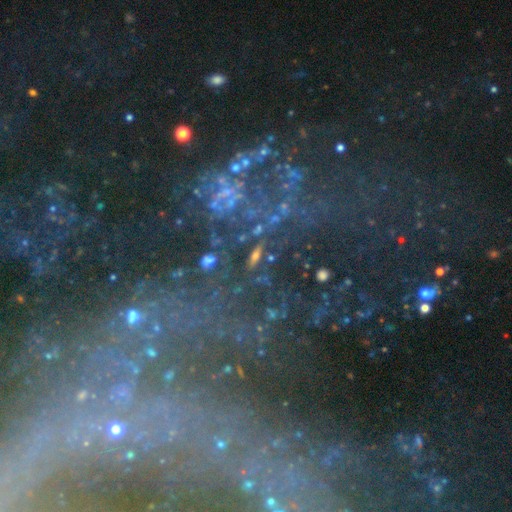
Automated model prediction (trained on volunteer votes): A star or artifact, not a galaxy (58%).